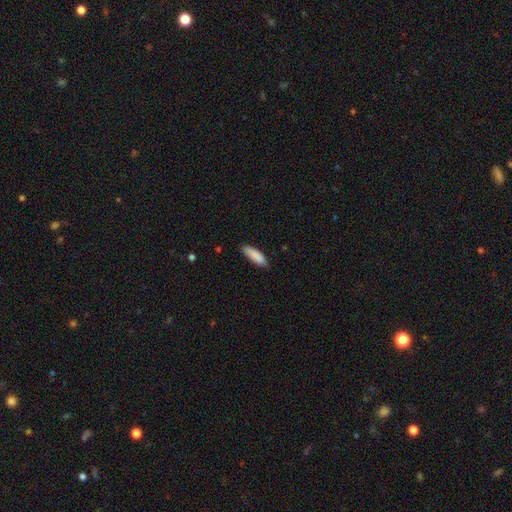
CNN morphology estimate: A smooth galaxy with no disk features (88%) that is in between round and cigar-shaped (49%, tied with cigar-shaped).

Vote fractions:
- Smooth or featured? smooth: 88% / star or artifact: 6% / featured or disk: 6%
- How rounded? in between: 49% (tied) / cigar-shaped: 49% (tied) / round: 1%
- Merging? none: 78% / minor disturbance: 18% / major disturbance: 3% / merger: 1%